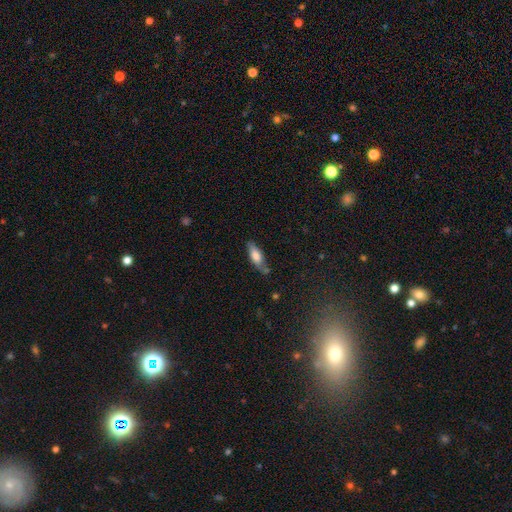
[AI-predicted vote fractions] smooth-or-featured: smooth: 69% | featured or disk: 24% | star or artifact: 7%
  how-rounded: in between: 61% | cigar-shaped: 37% | round: 2%
  merging: none: 63% | minor disturbance: 27% | major disturbance: 6% | merger: 4%